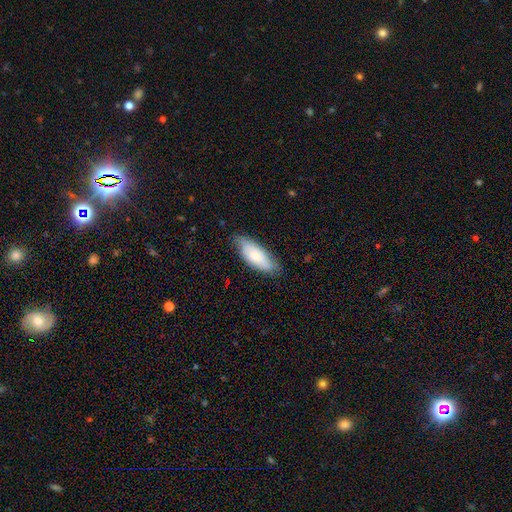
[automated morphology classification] smooth 69%, featured or disk 25%, star or artifact 6%. Down the decision tree: how rounded — in between (75%); merging — none (72%).